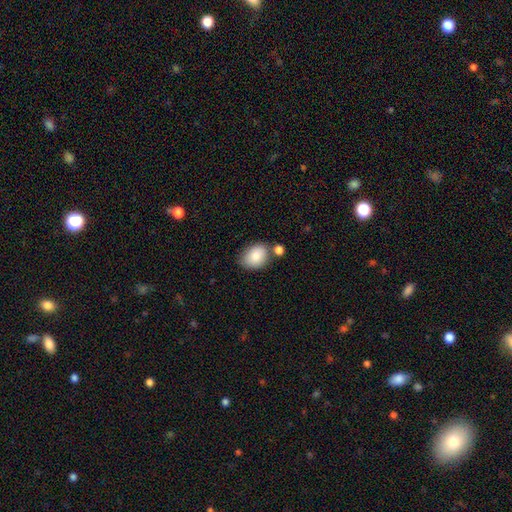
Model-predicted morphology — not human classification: Smooth or featured? Predicted: smooth (p=0.84). How rounded? Predicted: in between (p=0.73). Merging? Predicted: none (p=0.65).